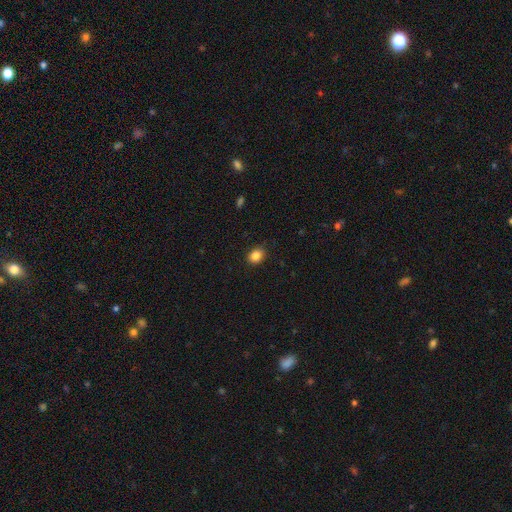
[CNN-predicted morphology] A smooth galaxy with no disk features (86%) that is in between round and cigar-shaped (51%). Merging: none (85%).